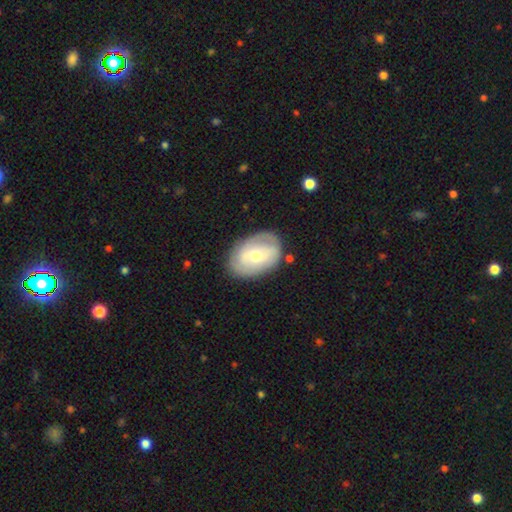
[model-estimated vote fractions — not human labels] Q: Smooth or featured?
A: featured or disk (54%); runner-up: smooth (40%)
Q: Edge-on disk?
A: no (94%); runner-up: yes (6%)
Q: Bar?
A: weak (44%); runner-up: no (38%)
Q: Spiral arms?
A: yes (55%); runner-up: no (45%)
Q: Bulge size?
A: moderate (61%); runner-up: small (32%)
Q: Merging?
A: none (76%); runner-up: minor disturbance (17%)